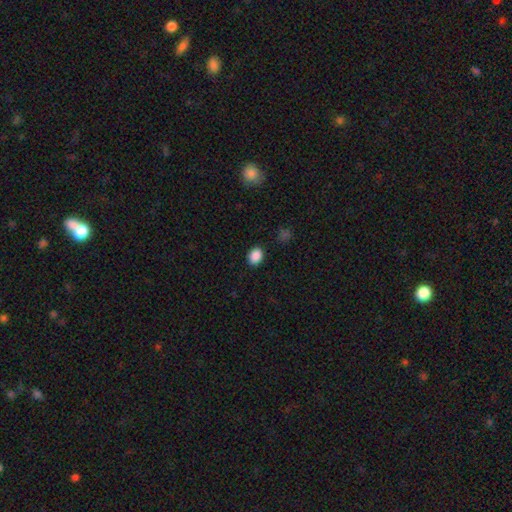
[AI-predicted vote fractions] Morphology: type=smooth (88%); roundness=in between (62%); merging=none (89%).